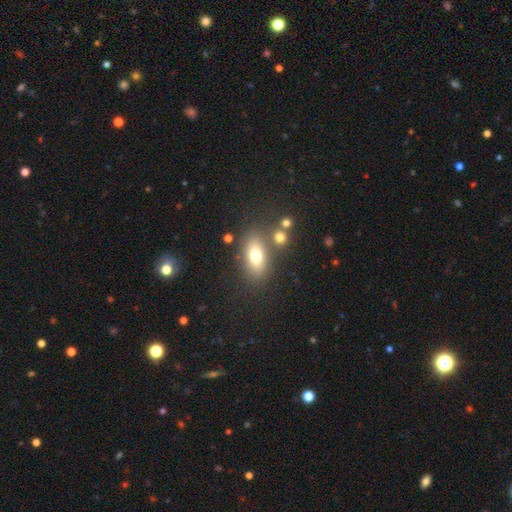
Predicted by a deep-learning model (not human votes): A smooth galaxy with no disk features (73%) that is in between round and cigar-shaped (81%). Merging: none (71%).